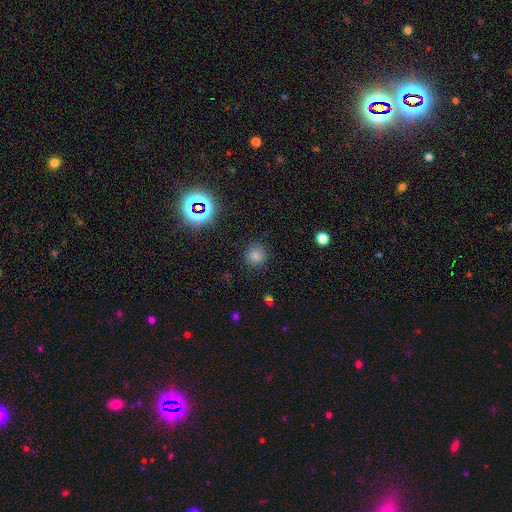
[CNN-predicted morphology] type=smooth (76%); roundness=round (87%); merging=none (84%).